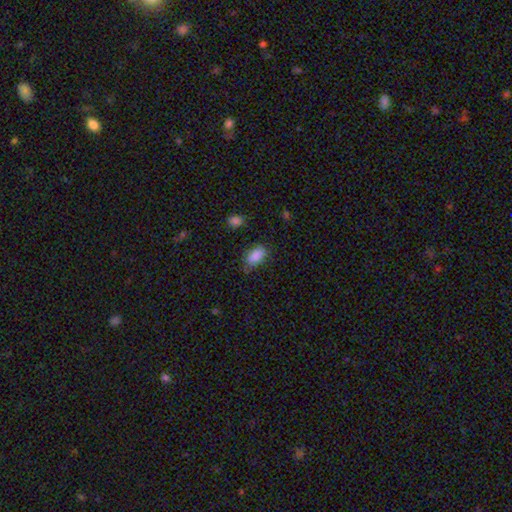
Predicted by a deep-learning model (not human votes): The model was most divided on "merging": none: 73%, minor disturbance: 20%, major disturbance: 5%, merger: 2%. More confident: how rounded — in between (92%); smooth or featured — smooth (87%).